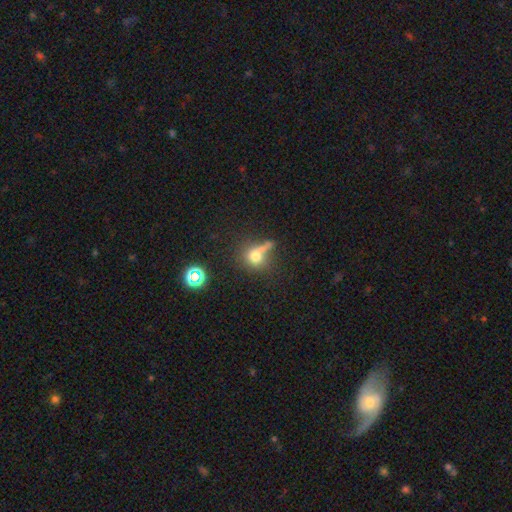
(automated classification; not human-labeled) smooth 65%, star or artifact 19%, featured or disk 16%. Down the decision tree: how rounded — round (71%); merging — none (42%).